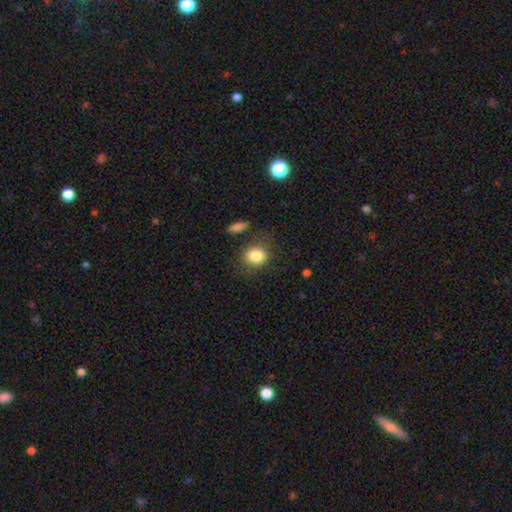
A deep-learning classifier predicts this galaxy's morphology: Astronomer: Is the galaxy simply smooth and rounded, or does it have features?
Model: smooth — 84%.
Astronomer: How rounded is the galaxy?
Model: round — 57% (runner-up: in between, 42%).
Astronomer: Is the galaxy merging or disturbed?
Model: none — 73%.